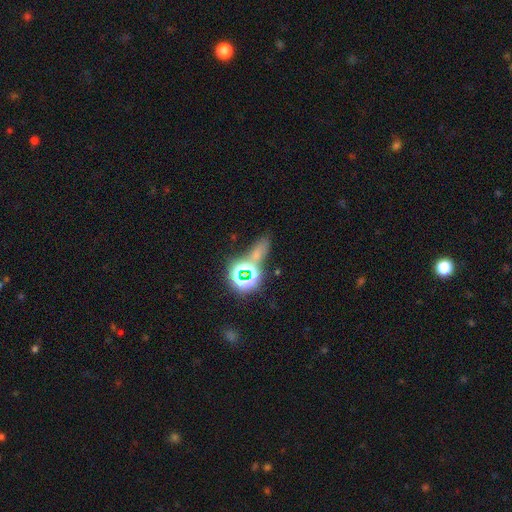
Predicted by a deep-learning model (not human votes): smooth-or-featured: star or artifact: 54% | smooth: 35% | featured or disk: 11%